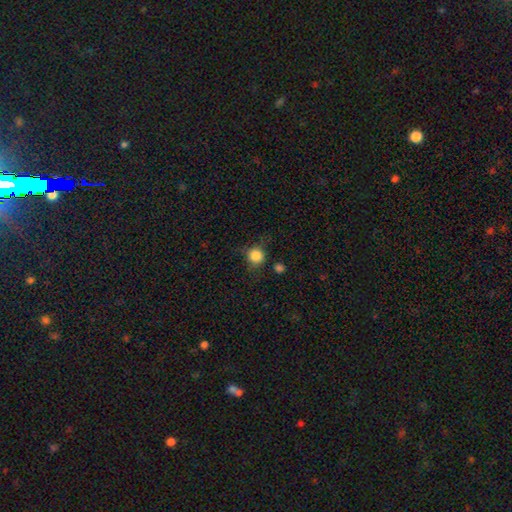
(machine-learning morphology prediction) smooth-or-featured: smooth: 83% | star or artifact: 11% | featured or disk: 6%
  how-rounded: round: 90% | in between: 9% | cigar-shaped: 1%
  merging: none: 73% | minor disturbance: 17% | major disturbance: 6% | merger: 4%